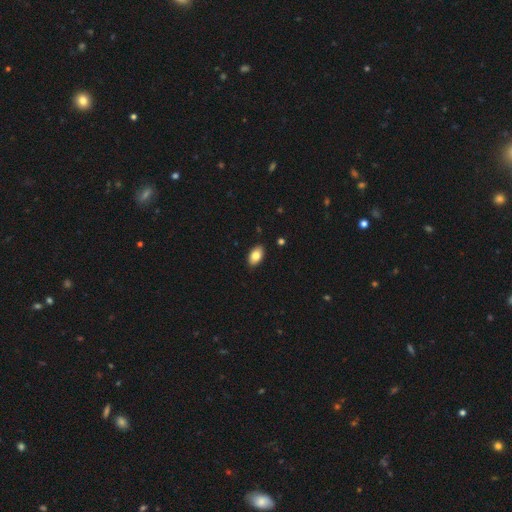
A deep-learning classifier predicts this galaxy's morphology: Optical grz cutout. It shows a smooth galaxy with no disk features (82%) that is in between round and cigar-shaped (93%). Merging: none (88%).